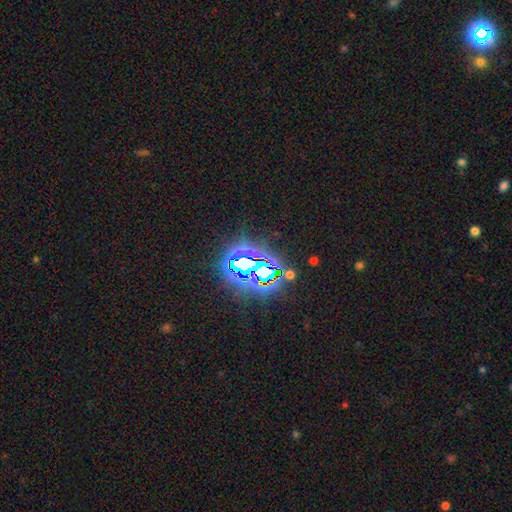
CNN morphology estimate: A star or artifact, not a galaxy (79%).

Vote fractions:
- Smooth or featured? star or artifact: 79% / smooth: 12% / featured or disk: 10%